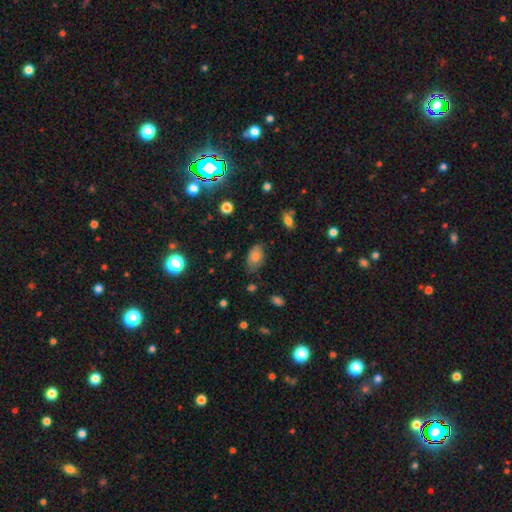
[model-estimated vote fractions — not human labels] This appears to be a smooth galaxy with no disk features (79%) that is in between round and cigar-shaped (90%). Merging: none (68%).